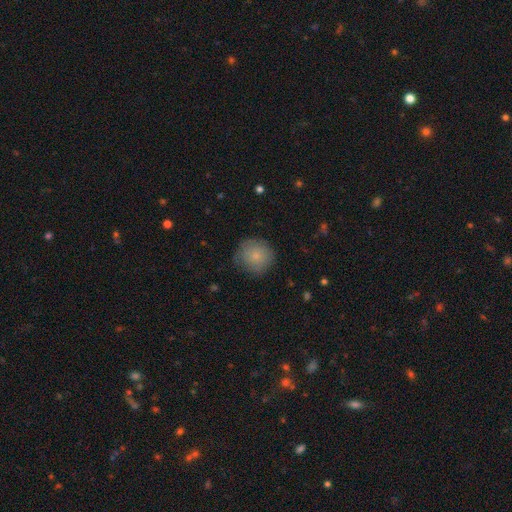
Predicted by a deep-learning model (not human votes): A smooth galaxy with no disk features (79%) that is round (90%). Merging: none (74%).